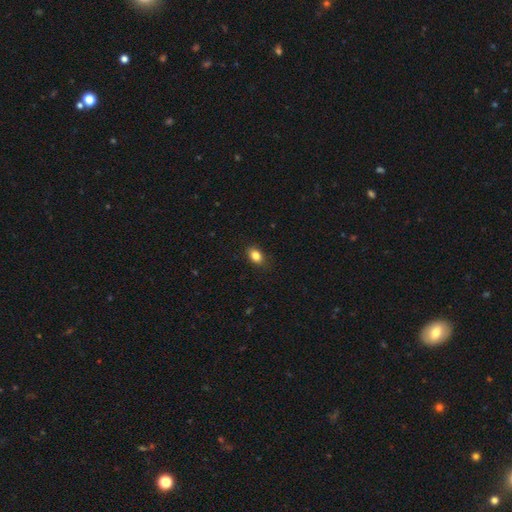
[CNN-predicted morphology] Q: Smooth or featured?
A: smooth (84%); runner-up: star or artifact (9%)
Q: How rounded?
A: in between (80%); runner-up: round (18%)
Q: Merging?
A: none (86%); runner-up: minor disturbance (11%)